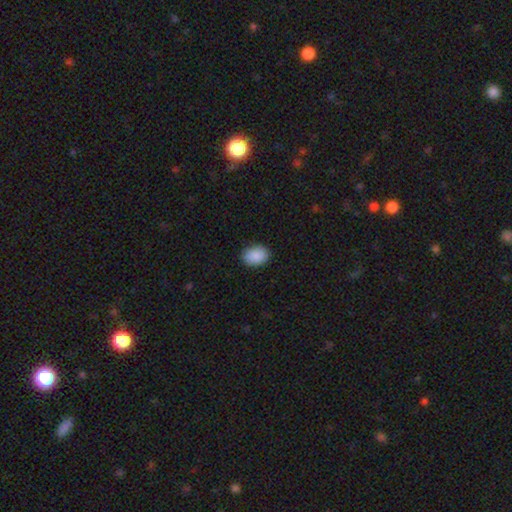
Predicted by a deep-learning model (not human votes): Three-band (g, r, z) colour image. It shows a smooth galaxy with no disk features (90%) that is in between round and cigar-shaped (77%). Merging: none (88%).